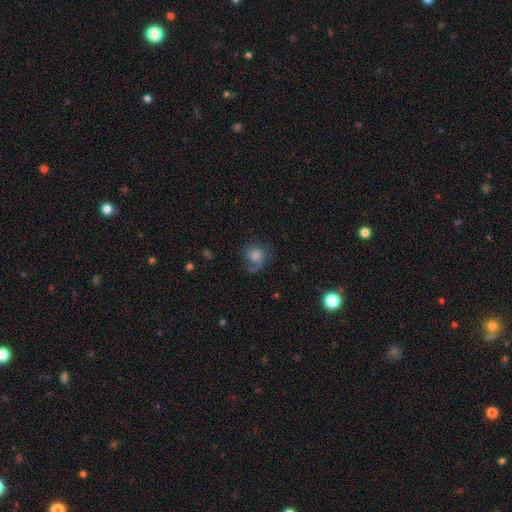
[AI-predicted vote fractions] smooth_or_featured: smooth (p=0.61) [alt: featured or disk p=0.28]
how_rounded: round (p=0.70) [alt: in between p=0.29]
merging: none (p=0.47) [alt: minor disturbance p=0.25]